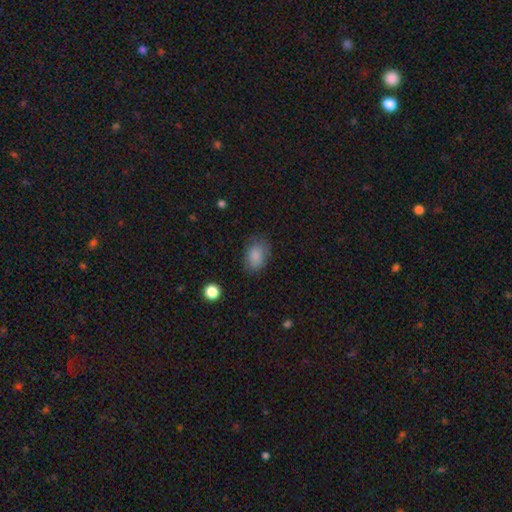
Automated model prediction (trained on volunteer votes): Smooth or featured? Predicted: smooth (p=0.86). How rounded? Predicted: in between (p=0.80). Merging? Predicted: none (p=0.75).